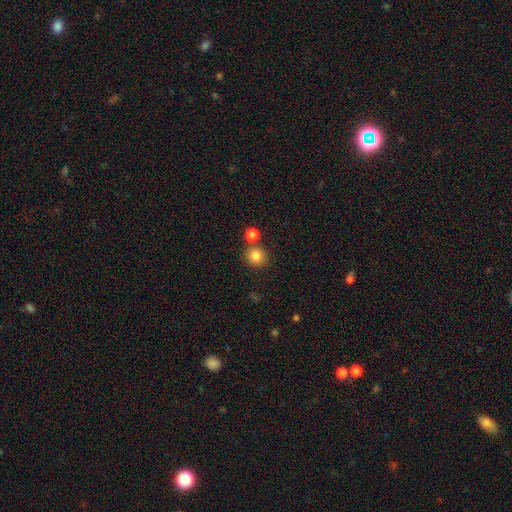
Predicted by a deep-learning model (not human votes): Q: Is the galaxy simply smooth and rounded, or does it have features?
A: smooth — 84%.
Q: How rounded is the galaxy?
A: round — 88%.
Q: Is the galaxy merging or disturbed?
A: none — 75%.